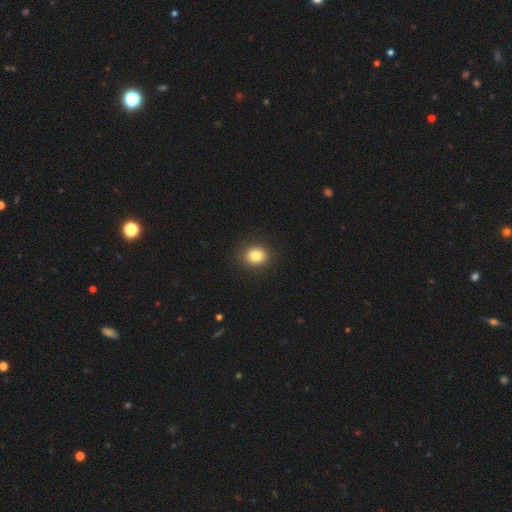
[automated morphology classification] This is clearly a smooth galaxy (83%). How rounded: likely round (73%). Merging: clearly none (90%).